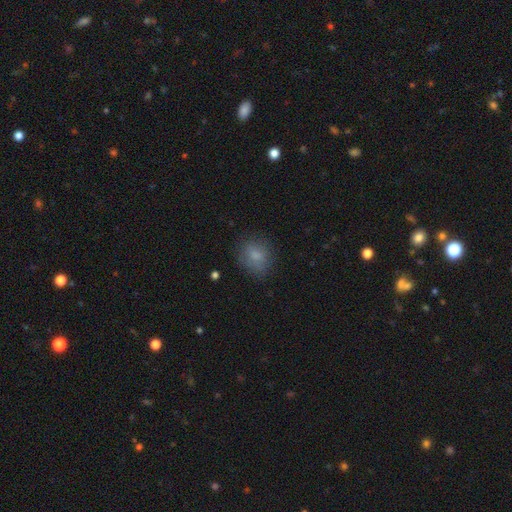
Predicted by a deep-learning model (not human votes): smooth 80%, featured or disk 11%, star or artifact 10%. Down the decision tree: how rounded — round (61%); merging — none (75%).